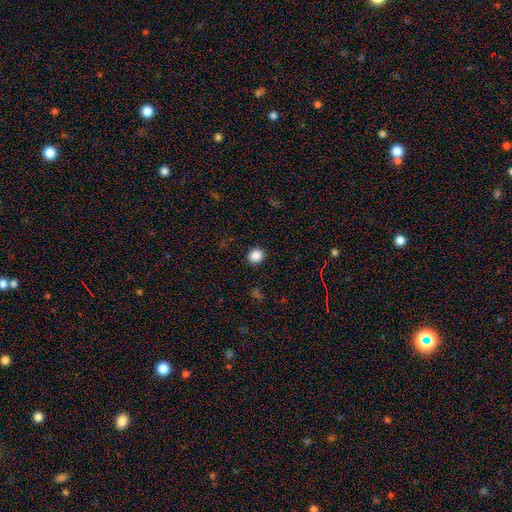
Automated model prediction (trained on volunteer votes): Overall: smooth (87%). How rounded: round (76%). Merging: none (91%).